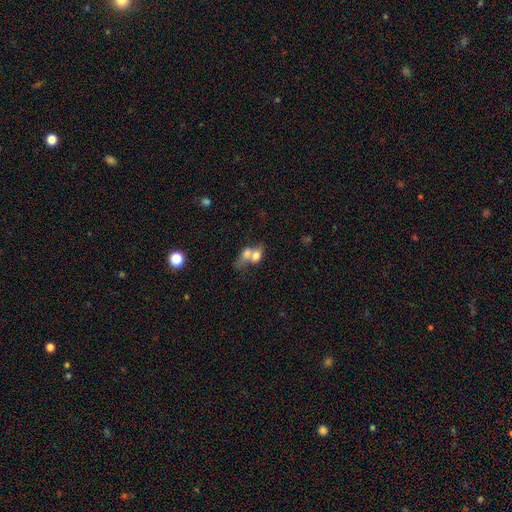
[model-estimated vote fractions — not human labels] A smooth galaxy with no disk features (66%) that is in between round and cigar-shaped (62%). Merging: merger (72%).